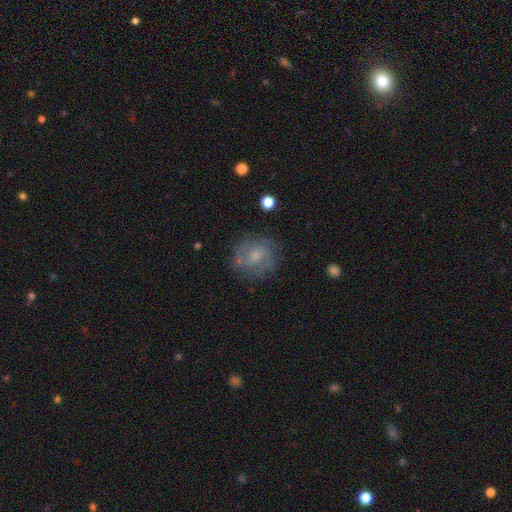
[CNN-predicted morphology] This appears to be a featured or disk galaxy (61%) with no bar (67%), spiral arms (79%) and a moderate central bulge (43%). Merging: none (71%).